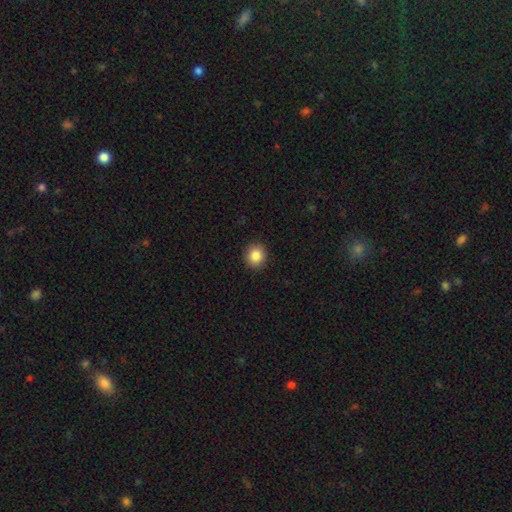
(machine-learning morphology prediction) Smooth or featured? Predicted: smooth (p=0.86). How rounded? Predicted: round (p=0.80). Merging? Predicted: none (p=0.91).